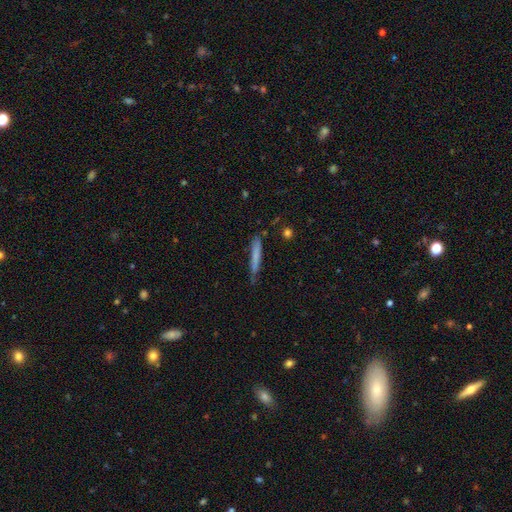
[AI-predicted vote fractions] Q: Smooth or featured?
A: smooth (66%); runner-up: featured or disk (27%)
Q: How rounded?
A: cigar-shaped (95%); runner-up: in between (3%)
Q: Merging?
A: none (74%); runner-up: minor disturbance (20%)